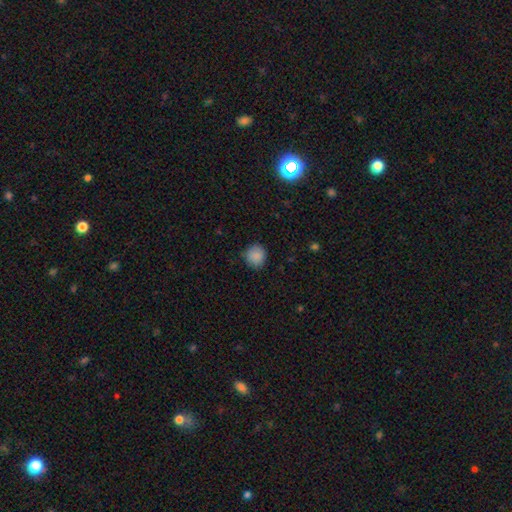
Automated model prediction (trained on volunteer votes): Smooth or featured? Predicted: smooth (p=0.88). How rounded? Predicted: round (p=0.90). Merging? Predicted: none (p=0.85).